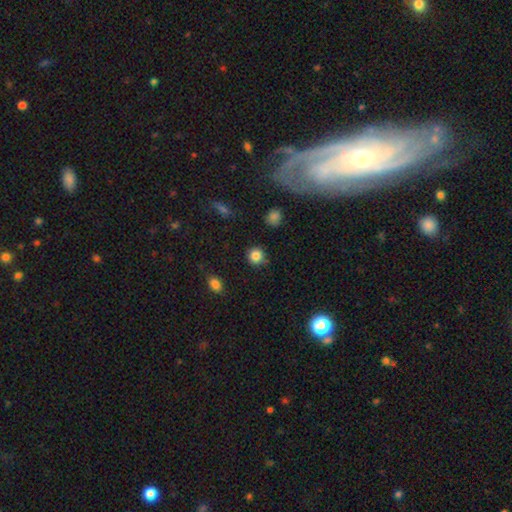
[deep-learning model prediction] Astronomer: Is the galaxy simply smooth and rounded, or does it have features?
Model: smooth — 85%.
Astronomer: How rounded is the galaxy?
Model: round — 92%.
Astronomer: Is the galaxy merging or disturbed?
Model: none — 88%.